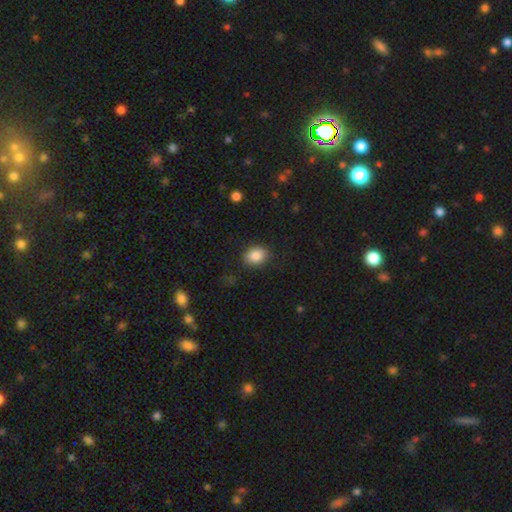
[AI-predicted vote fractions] Smooth or featured? smooth (87%)
How rounded? in between (65%)
Merging? none (86%)